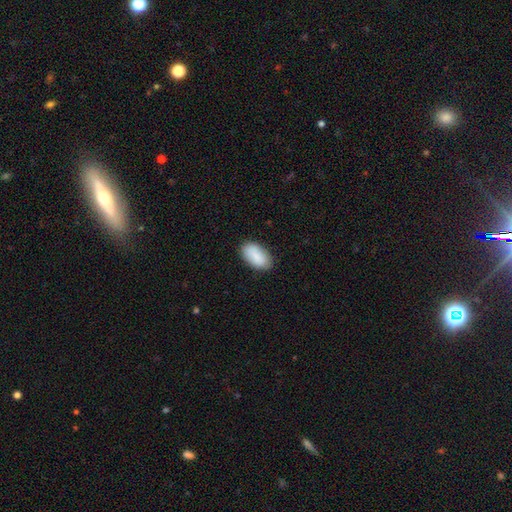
Volunteers were most divided on "merging": none: 78%, minor disturbance: 19%, merger: 3%, major disturbance: 0%. More confident: smooth or featured — smooth (92%); how rounded — in between (91%).